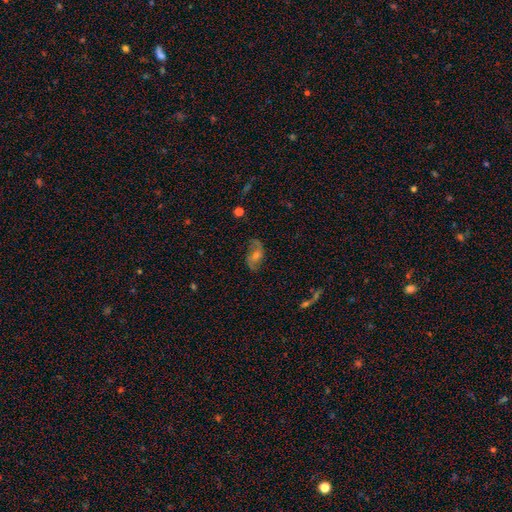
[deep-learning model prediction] featured or disk 74%, smooth 15%, star or artifact 11%. Down the decision tree: edge-on disk — no (95%); bar — no (59%); spiral arms — yes (91%); spiral arm count — 2 (88%); spiral winding — loose (48%); bulge size — moderate (62%); merging — none (75%).